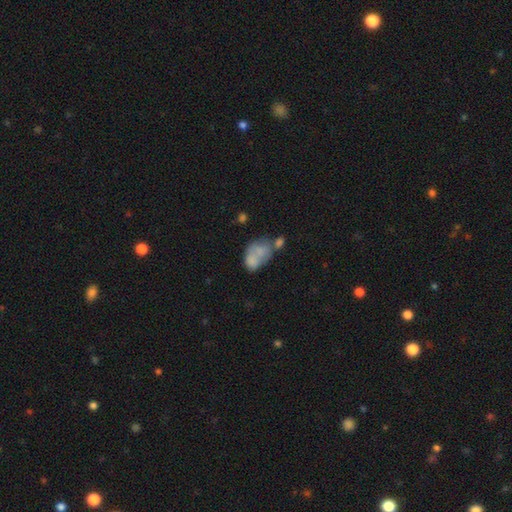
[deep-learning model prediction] Smooth or featured: smooth — 64% (featured or disk — 26%)
How rounded: in between — 80% (round — 18%)
Merging: merger — 48% (none — 23%)